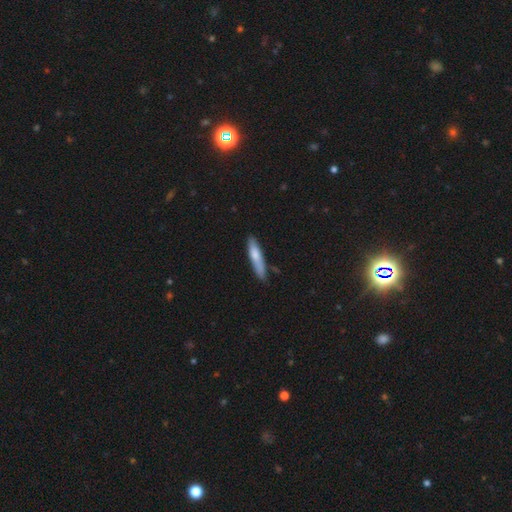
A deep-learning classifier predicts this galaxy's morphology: The model was most divided on "smooth or featured": smooth: 72%, featured or disk: 22%, star or artifact: 5%. More confident: how rounded — cigar-shaped (83%); merging — none (78%).